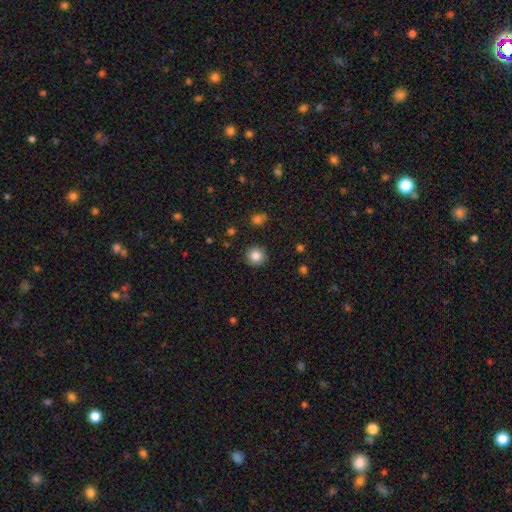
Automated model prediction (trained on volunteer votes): Q: Smooth or featured?
A: smooth (85%); runner-up: star or artifact (10%)
Q: How rounded?
A: round (94%); runner-up: in between (5%)
Q: Merging?
A: none (90%); runner-up: minor disturbance (6%)